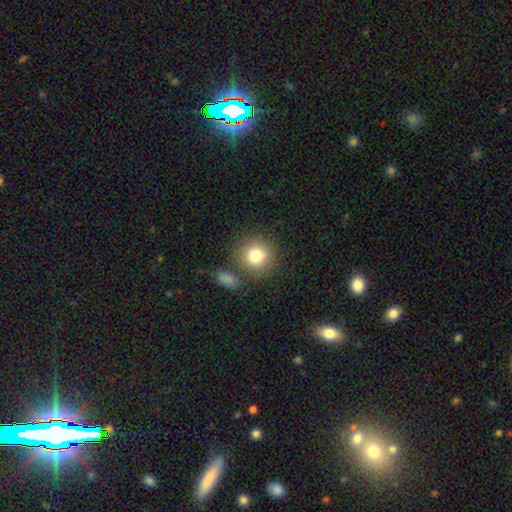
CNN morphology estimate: Overall: smooth (81%). How rounded: round (90%). Merging: none (76%).